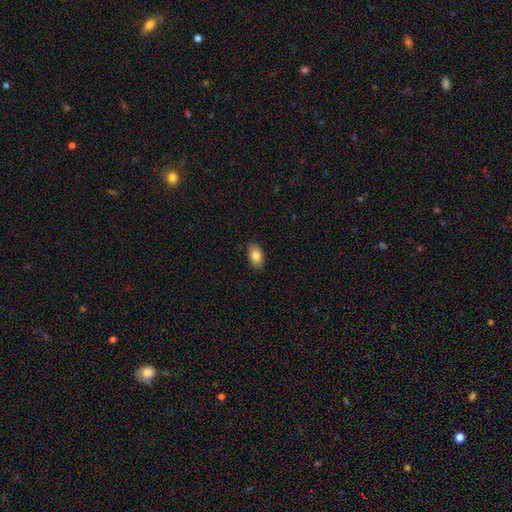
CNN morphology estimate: smooth-or-featured: smooth: 86% | star or artifact: 7% | featured or disk: 7%
  how-rounded: in between: 92% | round: 7% | cigar-shaped: 2%
  merging: none: 85% | minor disturbance: 12% | major disturbance: 2% | merger: 1%